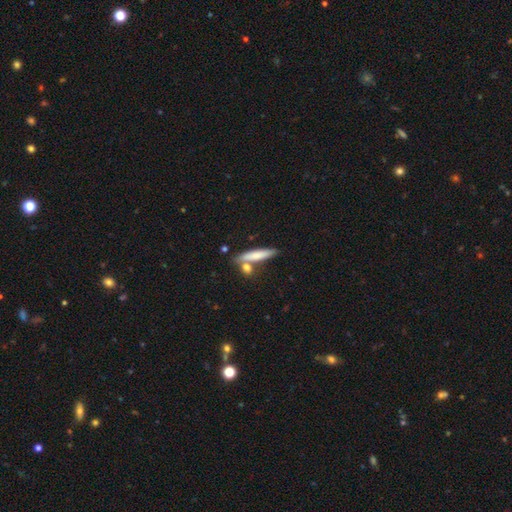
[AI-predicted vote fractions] Morphology: type=smooth (71%); roundness=cigar-shaped (83%); merging=none (66%).